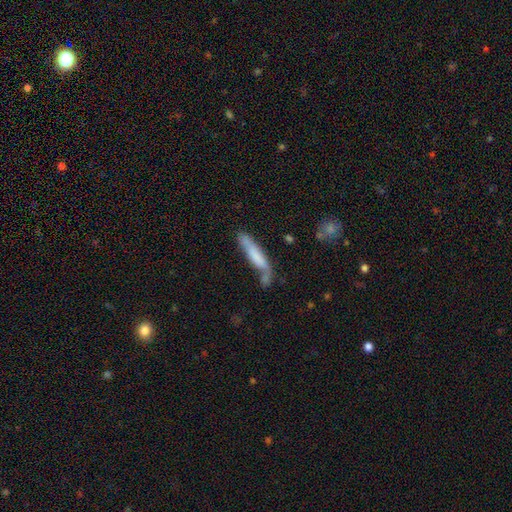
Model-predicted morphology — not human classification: This is likely a smooth galaxy (62%). How rounded: clearly cigar-shaped (86%). Merging: possibly none (50%).